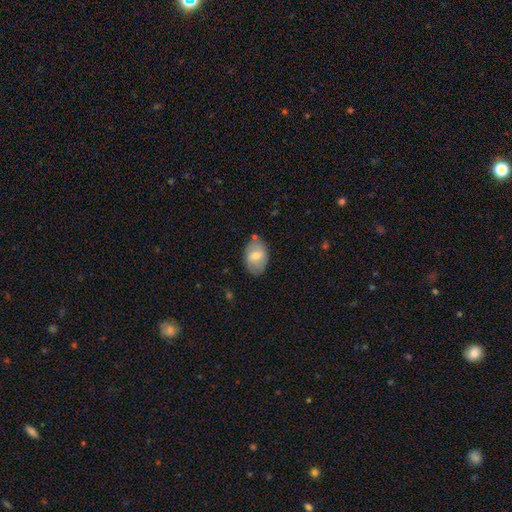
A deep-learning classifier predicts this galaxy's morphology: smooth-or-featured: smooth: 63% | featured or disk: 30% | star or artifact: 7%
  how-rounded: in between: 86% | round: 13% | cigar-shaped: 1%
  merging: none: 75% | minor disturbance: 18% | major disturbance: 4% | merger: 3%